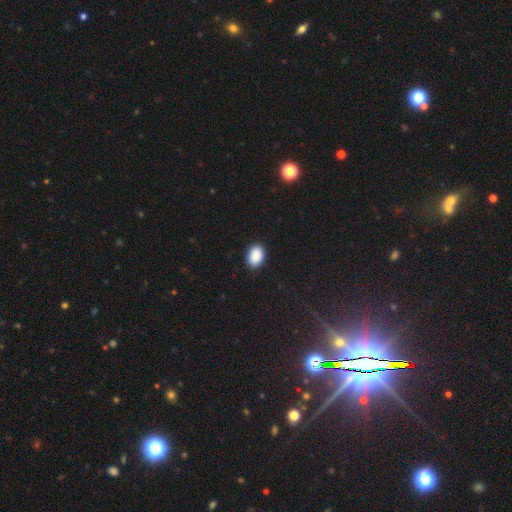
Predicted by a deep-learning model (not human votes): Q: Smooth or featured?
A: smooth (90%); runner-up: star or artifact (7%)
Q: How rounded?
A: in between (87%); runner-up: round (12%)
Q: Merging?
A: none (89%); runner-up: minor disturbance (8%)